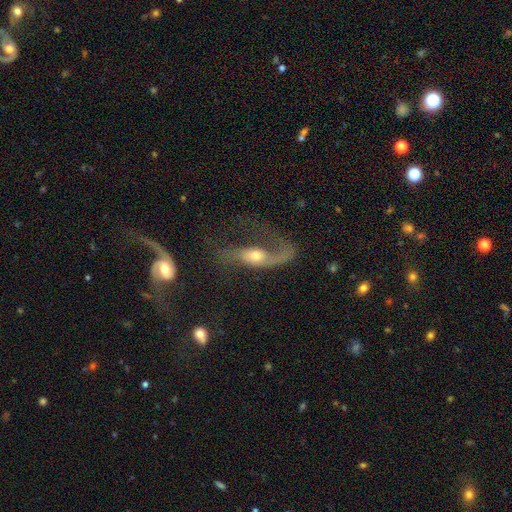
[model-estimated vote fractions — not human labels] Morphology: type=featured or disk (64%); edge-on=no (86%); bar=no (66%); spiral arms=yes (76%); bulge=moderate (56%); merging=major disturbance (53%).